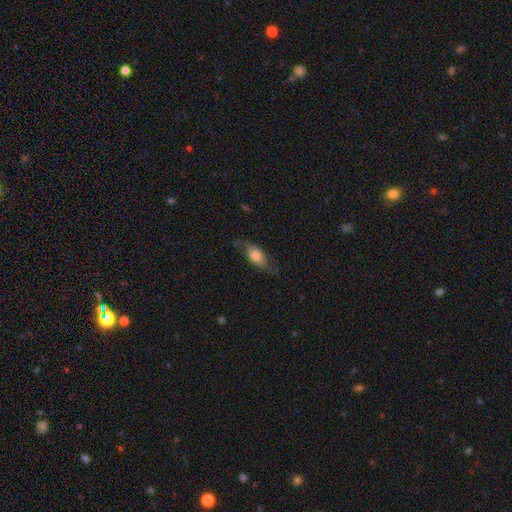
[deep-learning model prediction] smooth-or-featured: smooth: 63% | featured or disk: 30% | star or artifact: 7%
  how-rounded: in between: 85% | cigar-shaped: 9% | round: 6%
  merging: none: 63% | minor disturbance: 24% | major disturbance: 11% | merger: 1%